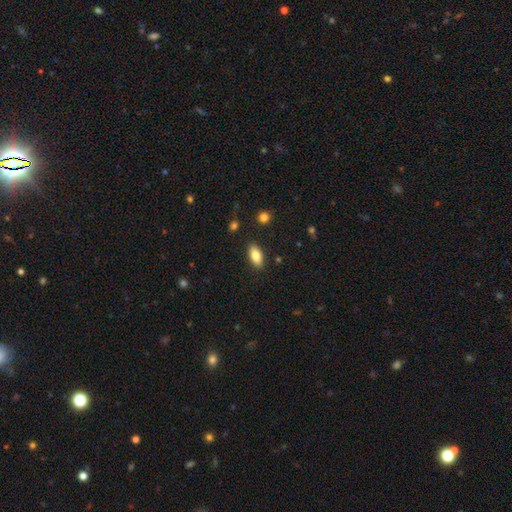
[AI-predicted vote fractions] smooth_or_featured: smooth (p=0.83) [alt: featured or disk p=0.10]
how_rounded: in between (p=0.89) [alt: cigar-shaped p=0.08]
merging: none (p=0.88) [alt: minor disturbance p=0.09]